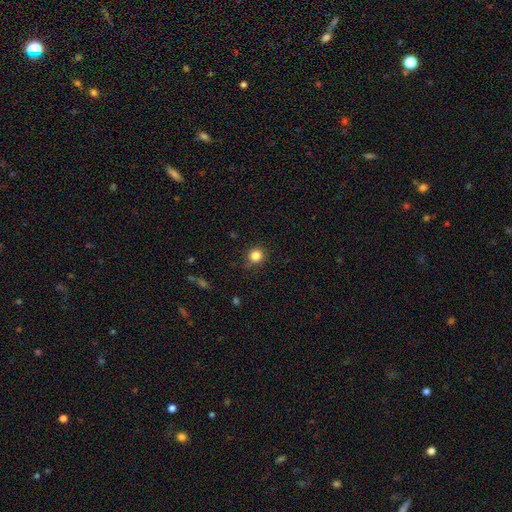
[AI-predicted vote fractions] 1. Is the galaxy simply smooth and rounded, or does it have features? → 84% smooth, 12% star or artifact, 4% featured or disk.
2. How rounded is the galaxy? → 92% round, 7% in between, 1% cigar-shaped.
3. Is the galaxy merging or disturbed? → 85% none, 11% minor disturbance, 3% major disturbance, 1% merger.